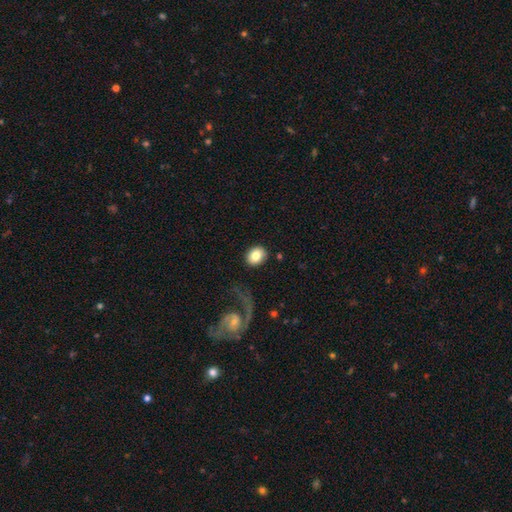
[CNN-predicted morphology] Smooth or featured: smooth — 80% (featured or disk — 13%)
How rounded: round — 60% (in between — 39%)
Merging: none — 84% (minor disturbance — 9%)